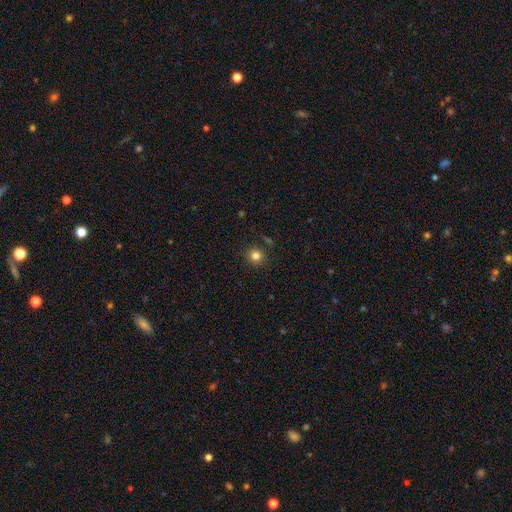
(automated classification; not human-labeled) A smooth galaxy with no disk features (82%) that is round (90%).

Vote fractions:
- Smooth or featured? smooth: 82% / star or artifact: 13% / featured or disk: 5%
- How rounded? round: 90% / in between: 9% / cigar-shaped: 1%
- Merging? none: 87% / minor disturbance: 8% / major disturbance: 2% / merger: 2%